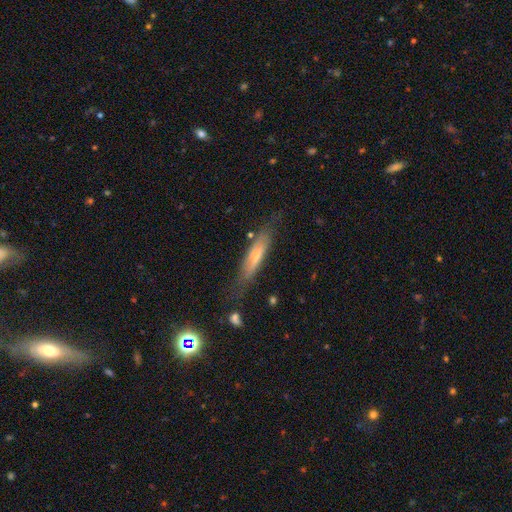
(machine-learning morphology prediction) A featured or disk galaxy (49%). Merging: none (72%).